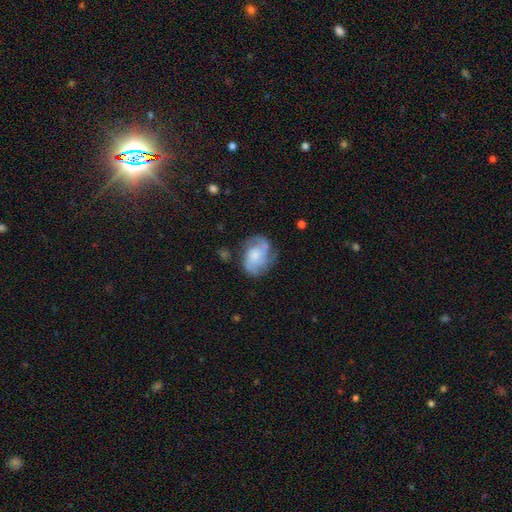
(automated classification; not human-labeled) The model was most divided on "bulge size" (2-way tie): moderate: 28%, small: 28%, none: 25%, large: 16%, dominant: 3%. Remaining: edge-on disk — no (98%); spiral arms — yes (90%); smooth or featured — featured or disk (69%); bar — no (66%); merging — none (64%); spiral arm count — 2 (56%); spiral winding — medium (47%).